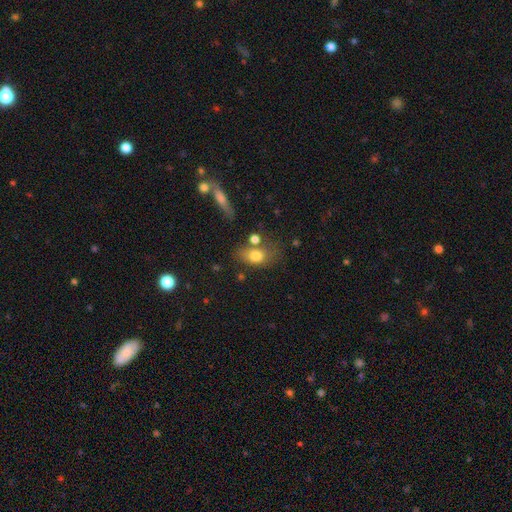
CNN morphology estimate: smooth-or-featured: smooth: 76% | featured or disk: 14% | star or artifact: 10%
  how-rounded: in between: 75% | round: 21% | cigar-shaped: 4%
  merging: none: 49% | merger: 20% | minor disturbance: 20% | major disturbance: 11%